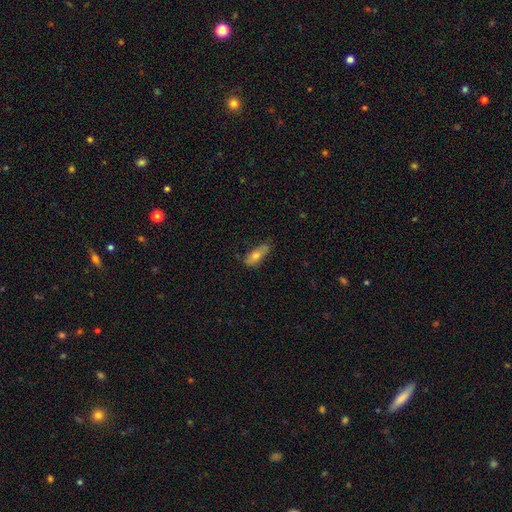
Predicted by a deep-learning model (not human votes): Smooth or featured?
  - smooth: 64% *
  - featured or disk: 28%
  - star or artifact: 8%
How rounded?
  - in between: 65% *
  - cigar-shaped: 32%
  - round: 3%
Merging?
  - none: 70% *
  - minor disturbance: 24%
  - major disturbance: 5%
  - merger: 2%